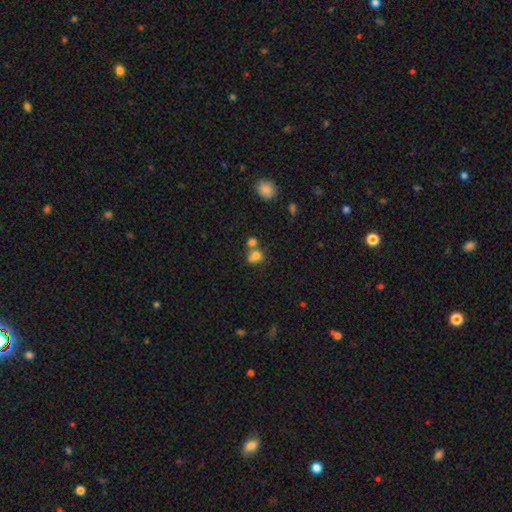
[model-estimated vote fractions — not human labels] This is likely a smooth galaxy (74%). How rounded: likely round (68%). Merging: possibly merger (50%).